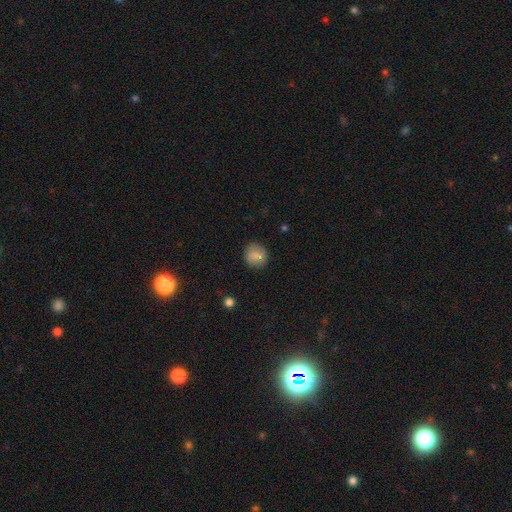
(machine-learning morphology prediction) type=smooth (82%); roundness=round (84%); merging=none (82%).